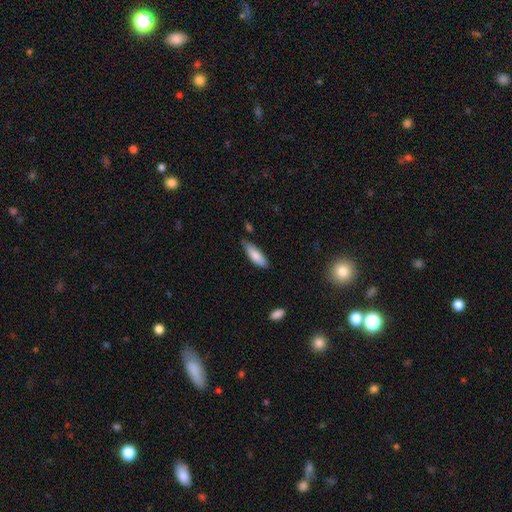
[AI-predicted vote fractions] Q: Smooth or featured?
A: smooth (83%); runner-up: featured or disk (11%)
Q: How rounded?
A: in between (63%); runner-up: cigar-shaped (35%)
Q: Merging?
A: none (64%); runner-up: minor disturbance (28%)